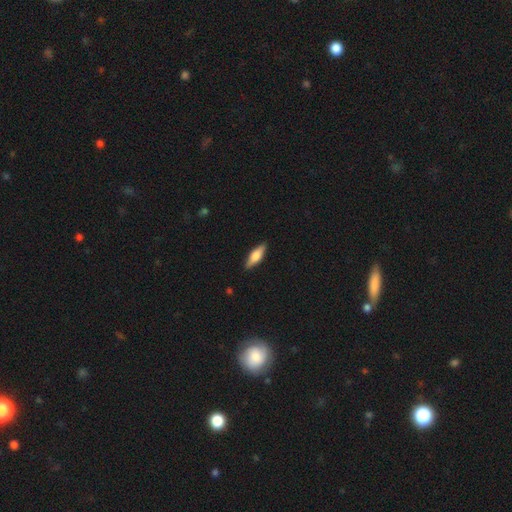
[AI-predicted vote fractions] Smooth or featured? Predicted: smooth (p=0.59). How rounded? Predicted: in between (p=0.51). Merging? Predicted: none (p=0.89).